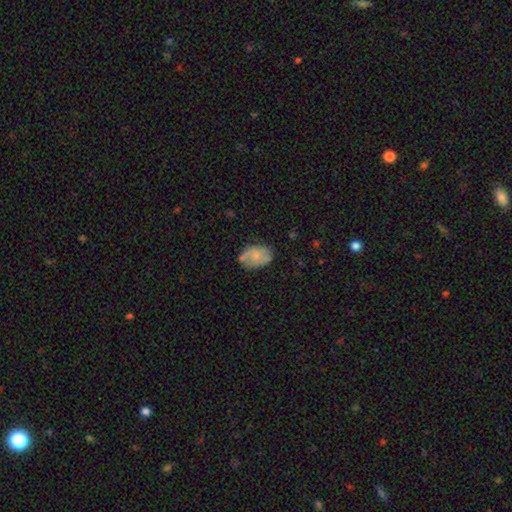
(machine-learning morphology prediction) Smooth or featured?
  - smooth: 57% *
  - featured or disk: 36%
  - star or artifact: 8%
How rounded?
  - in between: 84% *
  - round: 15%
  - cigar-shaped: 1%
Merging?
  - none: 61% *
  - minor disturbance: 27%
  - major disturbance: 8%
  - merger: 4%